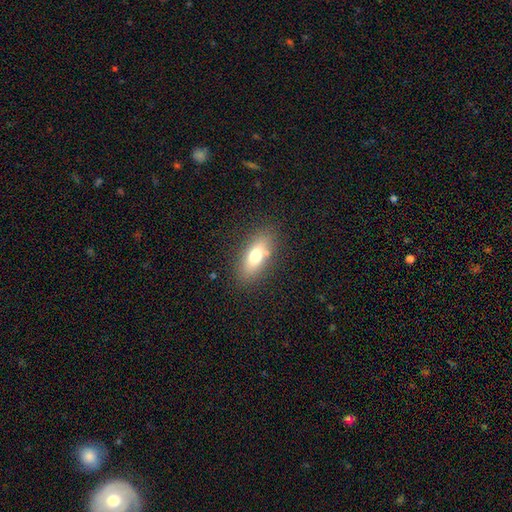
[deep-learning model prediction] Smooth or featured: smooth — 71% (featured or disk — 20%)
How rounded: in between — 77% (cigar-shaped — 18%)
Merging: none — 81% (minor disturbance — 12%)